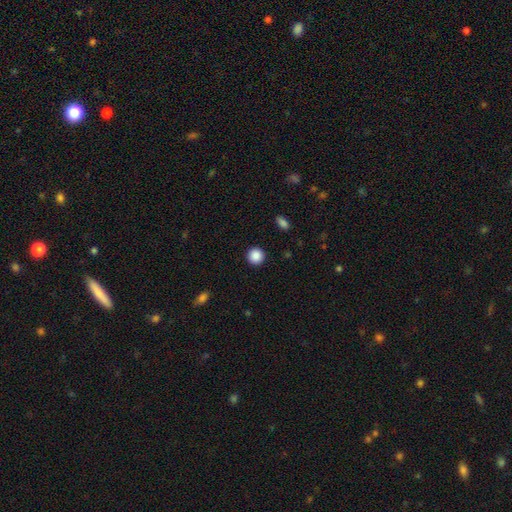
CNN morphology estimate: Smooth or featured: smooth — 88% (star or artifact — 9%)
How rounded: round — 95% (in between — 4%)
Merging: none — 93% (minor disturbance — 4%)